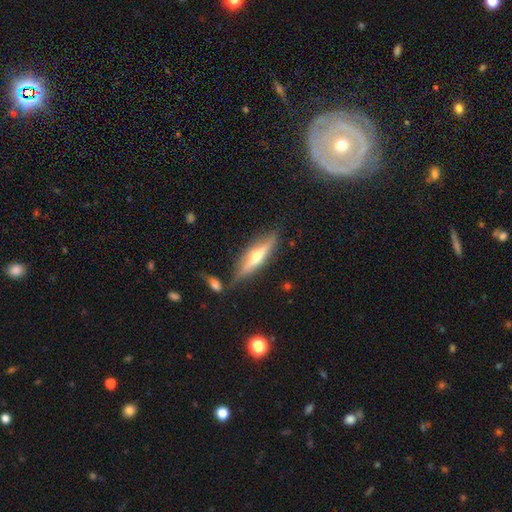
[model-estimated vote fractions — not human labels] A featured or disk galaxy (65%) viewed edge-on (93%) with a rounded central bulge (91%). Merging: none (74%).